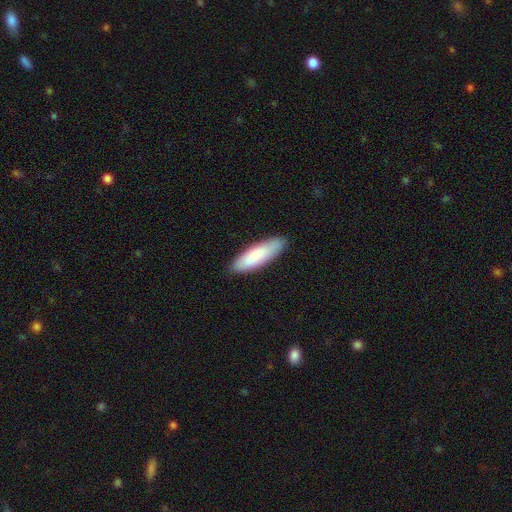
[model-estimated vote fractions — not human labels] A smooth galaxy with no disk features (84%) that is cigar-shaped (52%).

Vote fractions:
- Smooth or featured? smooth: 84% / featured or disk: 11% / star or artifact: 5%
- How rounded? cigar-shaped: 52% / in between: 47% / round: 1%
- Merging? none: 86% / minor disturbance: 11% / major disturbance: 2% / merger: 1%